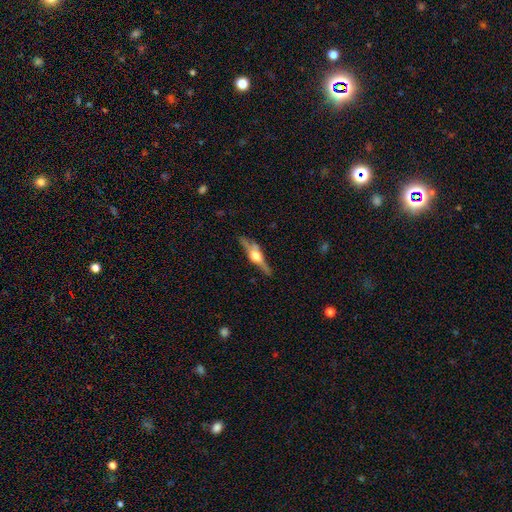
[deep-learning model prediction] smooth_or_featured: featured or disk (p=0.76) [alt: smooth p=0.18]
disk_edge_on: yes (p=0.95) [alt: no p=0.05]
edge_on_bulge: rounded (p=0.93) [alt: boxy p=0.05]
merging: none (p=0.76) [alt: minor disturbance p=0.16]